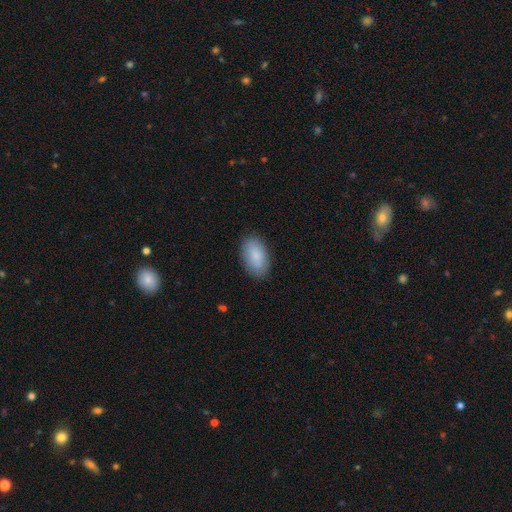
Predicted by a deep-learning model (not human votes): This appears to be a smooth galaxy with no disk features (86%) that is in between round and cigar-shaped (94%). Merging: none (85%).